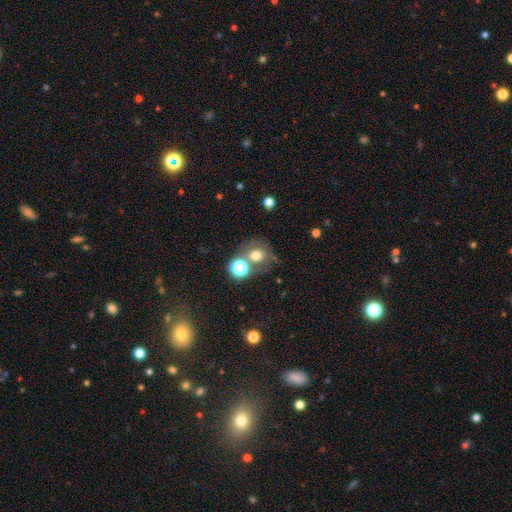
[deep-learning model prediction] smooth-or-featured: smooth: 66% | star or artifact: 18% | featured or disk: 15%
  how-rounded: round: 74% | in between: 25% | cigar-shaped: 1%
  merging: none: 51% | merger: 25% | minor disturbance: 14% | major disturbance: 9%